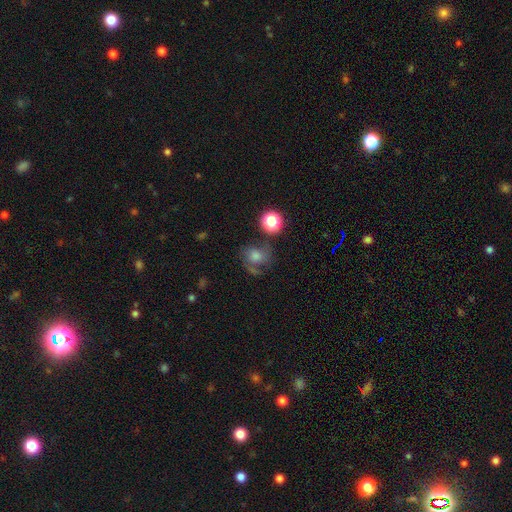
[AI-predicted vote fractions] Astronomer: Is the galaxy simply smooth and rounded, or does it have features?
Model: smooth — 46% (runner-up: featured or disk, 36%).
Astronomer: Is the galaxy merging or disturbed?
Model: none — 50%.